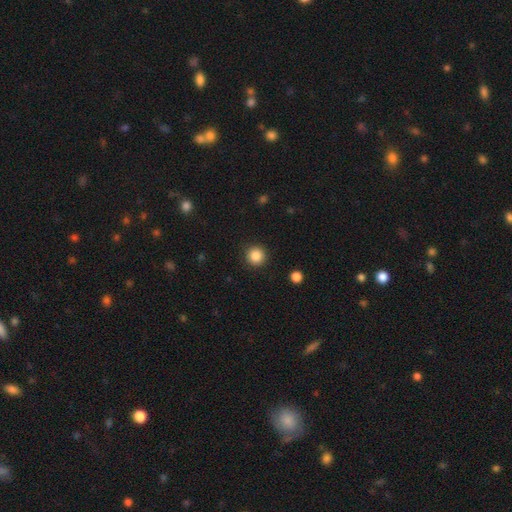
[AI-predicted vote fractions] Q: Smooth or featured?
A: smooth (86%); runner-up: star or artifact (10%)
Q: How rounded?
A: round (95%); runner-up: in between (4%)
Q: Merging?
A: none (92%); runner-up: minor disturbance (5%)